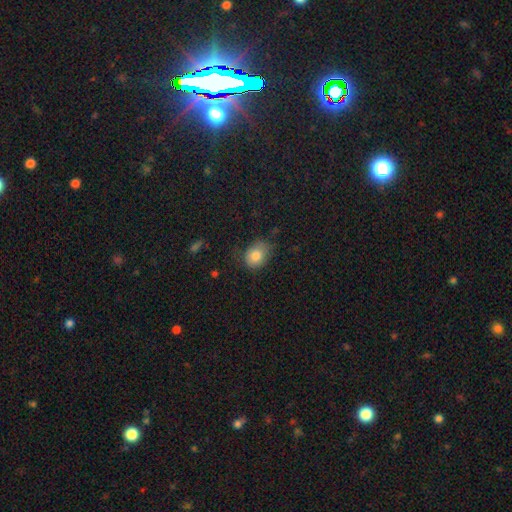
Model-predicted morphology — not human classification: smooth_or_featured: smooth (p=0.81) [alt: star or artifact p=0.10]
how_rounded: in between (p=0.56) [alt: round p=0.44]
merging: none (p=0.63) [alt: minor disturbance p=0.29]